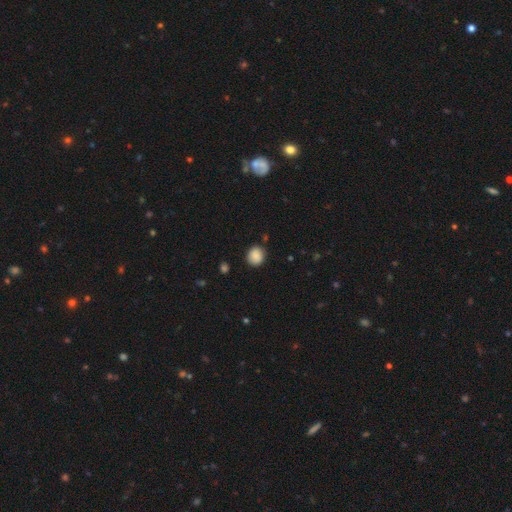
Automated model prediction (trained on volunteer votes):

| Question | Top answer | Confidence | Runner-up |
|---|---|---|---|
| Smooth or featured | smooth | 88% | star or artifact (8%) |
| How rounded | round | 75% | in between (24%) |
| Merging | none | 84% | minor disturbance (11%) |